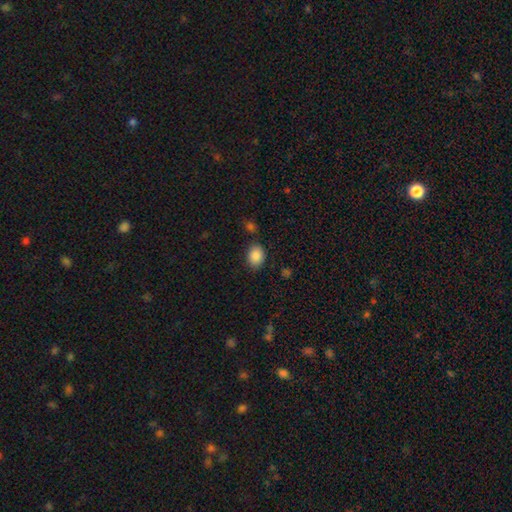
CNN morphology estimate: A smooth galaxy with no disk features (88%) that is in between round and cigar-shaped (68%). Merging: none (79%).